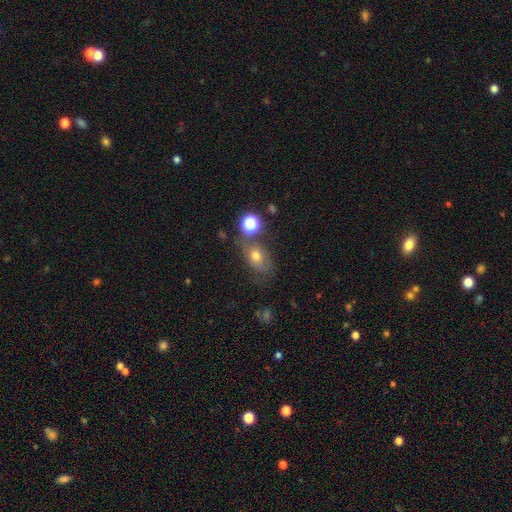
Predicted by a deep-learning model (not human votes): Morphology: type=smooth (66%); roundness=in between (68%); merging=none (55%).